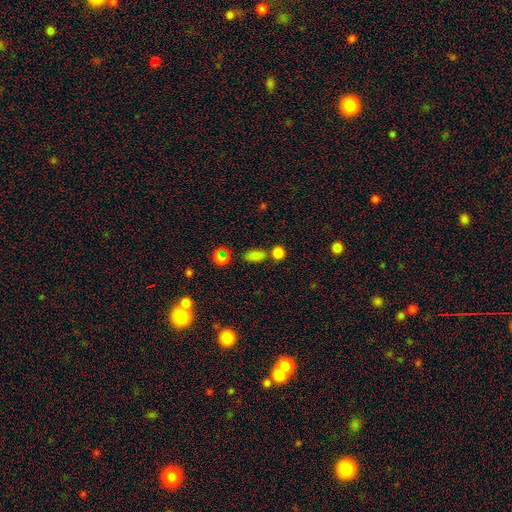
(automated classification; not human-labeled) This is likely a smooth galaxy (75%). How rounded: likely in between (68%). Merging: likely none (66%).